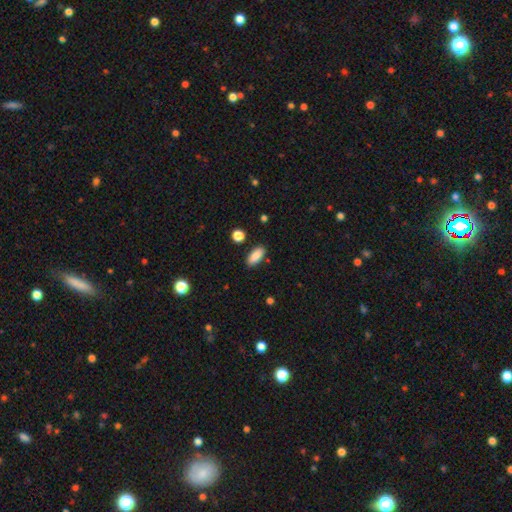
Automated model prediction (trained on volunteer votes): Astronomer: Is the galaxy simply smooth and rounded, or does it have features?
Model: smooth — 88%.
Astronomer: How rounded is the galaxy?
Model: in between — 85%.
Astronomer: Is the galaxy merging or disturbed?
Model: none — 88%.